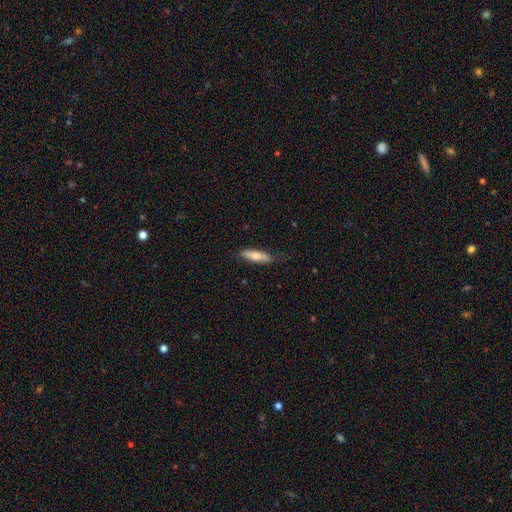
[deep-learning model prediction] Q: Smooth or featured?
A: smooth (68%); runner-up: featured or disk (26%)
Q: How rounded?
A: cigar-shaped (62%); runner-up: in between (36%)
Q: Merging?
A: none (75%); runner-up: minor disturbance (20%)